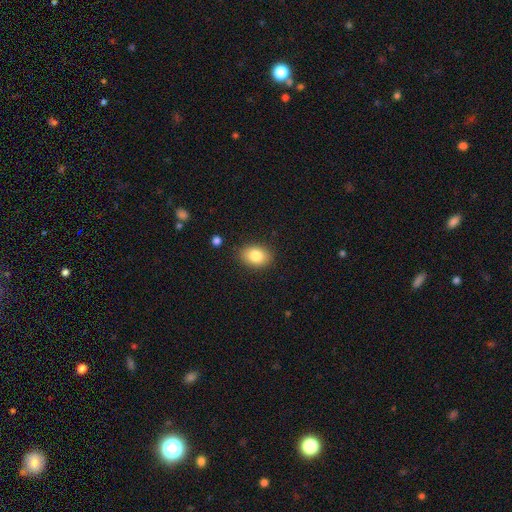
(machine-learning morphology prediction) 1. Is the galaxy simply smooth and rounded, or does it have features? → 83% smooth, 8% star or artifact, 8% featured or disk.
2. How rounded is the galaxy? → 73% in between, 26% round, 1% cigar-shaped.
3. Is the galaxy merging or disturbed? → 87% none, 10% minor disturbance, 2% major disturbance, 1% merger.